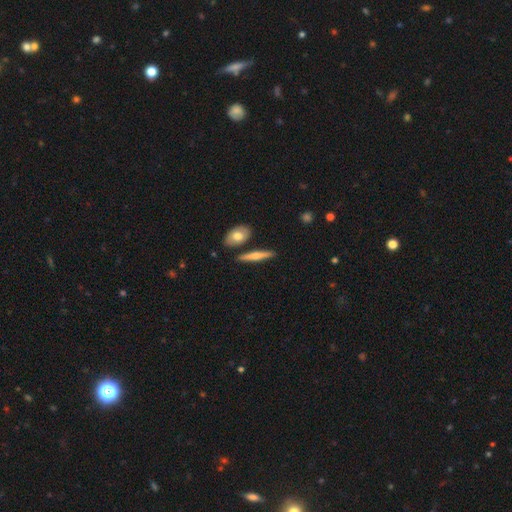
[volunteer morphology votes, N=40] Smooth or featured: featured or disk — 52% (smooth — 42%)
Edge-on disk: yes — 100%
Edge-on bulge: rounded — 86% (boxy — 10%)
Merging: none — 87% (minor disturbance — 5%)